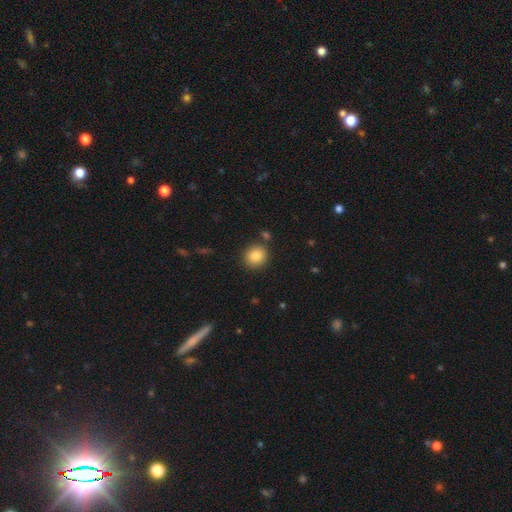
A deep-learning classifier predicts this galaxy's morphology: A smooth galaxy with no disk features (85%) that is round (78%).

Vote fractions:
- Smooth or featured? smooth: 85% / star or artifact: 9% / featured or disk: 6%
- How rounded? round: 78% / in between: 21% / cigar-shaped: 1%
- Merging? none: 85% / minor disturbance: 8% / merger: 4% / major disturbance: 2%